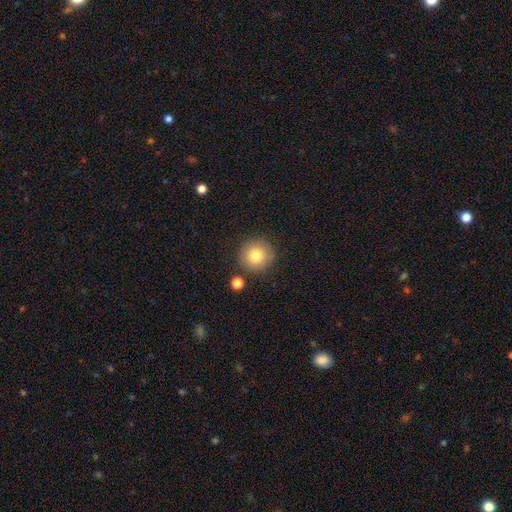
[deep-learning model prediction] A smooth galaxy with no disk features (78%) that is round (95%).

Vote fractions:
- Smooth or featured? smooth: 78% / featured or disk: 11% / star or artifact: 11%
- How rounded? round: 95% / in between: 4% / cigar-shaped: 1%
- Merging? none: 84% / minor disturbance: 9% / merger: 5% / major disturbance: 3%